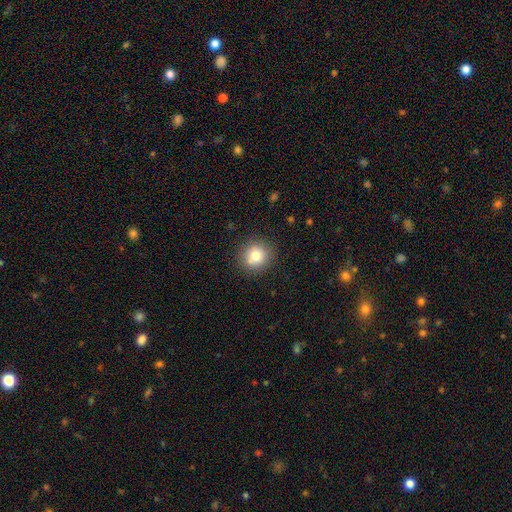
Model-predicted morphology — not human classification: The model was most divided on "smooth or featured": smooth: 77%, featured or disk: 12%, star or artifact: 11%. More confident: how rounded — round (88%); merging — none (81%).